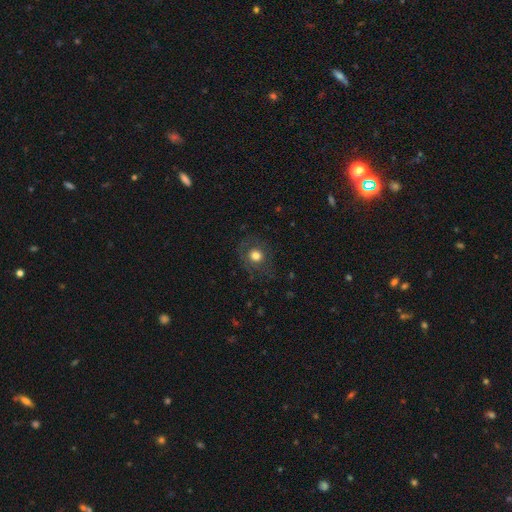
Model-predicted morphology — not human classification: smooth-or-featured: smooth: 69% | featured or disk: 18% | star or artifact: 13%
  how-rounded: round: 82% | in between: 17% | cigar-shaped: 1%
  merging: none: 77% | minor disturbance: 14% | major disturbance: 8% | merger: 1%